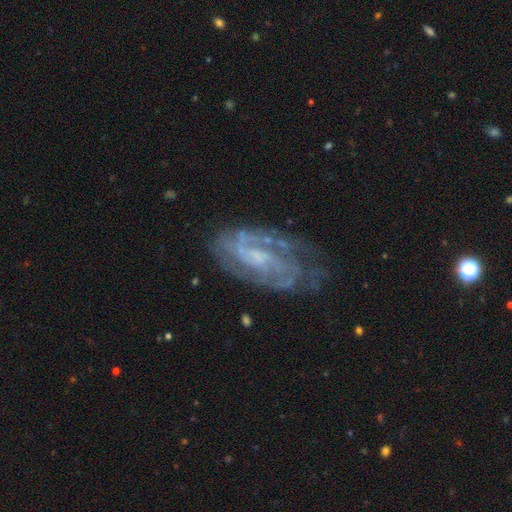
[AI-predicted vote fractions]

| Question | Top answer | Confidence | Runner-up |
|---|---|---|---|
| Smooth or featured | featured or disk | 85% | smooth (9%) |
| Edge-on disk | no | 95% | yes (5%) |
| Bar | weak | 46% | no (44%) |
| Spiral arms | yes | 92% | no (8%) |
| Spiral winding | tight | 49% | medium (40%) |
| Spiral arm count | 2 | 48% | can't tell (28%) |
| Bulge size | small | 45% | none (26%) |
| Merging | none | 66% | minor disturbance (21%) |